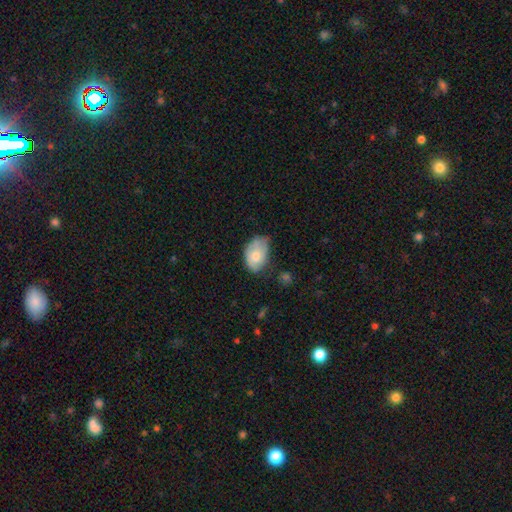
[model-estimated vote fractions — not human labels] The model was most divided on "merging": none: 44%, minor disturbance: 42%, major disturbance: 11%, merger: 3%. More confident: how rounded — in between (85%); smooth or featured — smooth (71%).